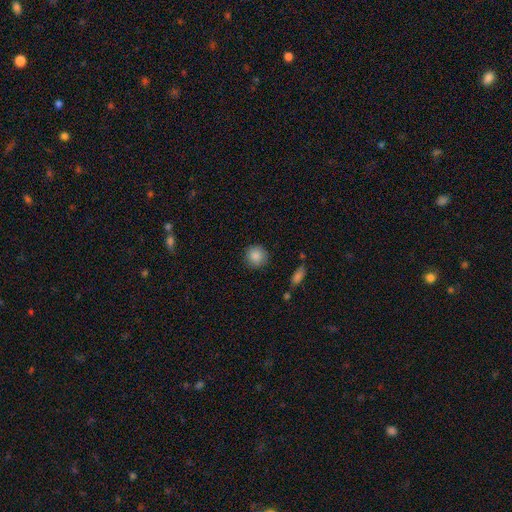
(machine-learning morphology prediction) smooth-or-featured: smooth: 88% | star or artifact: 8% | featured or disk: 4%
  how-rounded: round: 92% | in between: 7% | cigar-shaped: 1%
  merging: none: 87% | minor disturbance: 9% | major disturbance: 2% | merger: 1%